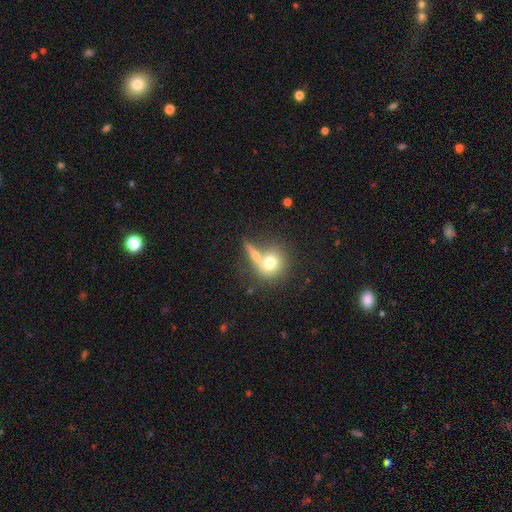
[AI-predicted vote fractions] Smooth or featured?
  - smooth: 65% *
  - featured or disk: 25%
  - star or artifact: 9%
How rounded?
  - round: 69% *
  - in between: 20%
  - cigar-shaped: 11%
Merging?
  - none: 43% *
  - merger: 40%
  - minor disturbance: 10%
  - major disturbance: 7%